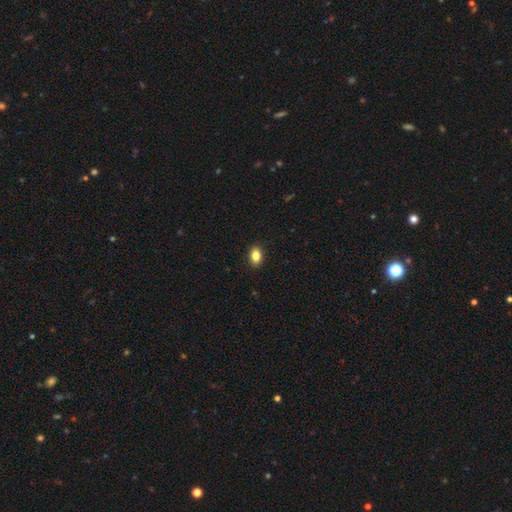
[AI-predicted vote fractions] smooth-or-featured: smooth: 84% | star or artifact: 9% | featured or disk: 7%
  how-rounded: in between: 79% | round: 19% | cigar-shaped: 2%
  merging: none: 90% | minor disturbance: 7% | major disturbance: 2% | merger: 1%